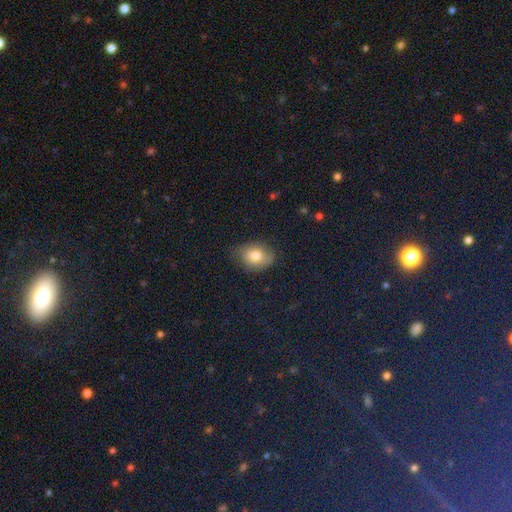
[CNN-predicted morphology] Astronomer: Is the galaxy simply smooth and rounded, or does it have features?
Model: smooth — 75%.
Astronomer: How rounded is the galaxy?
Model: in between — 52% (runner-up: round, 47%).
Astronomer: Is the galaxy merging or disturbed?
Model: none — 68%.